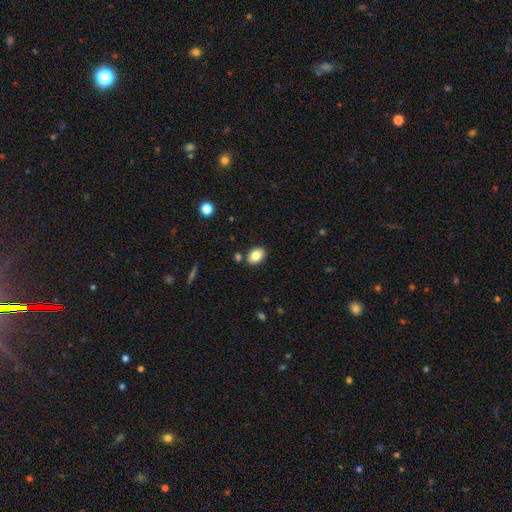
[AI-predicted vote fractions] Overall: smooth (83%). How rounded: in between (80%). Merging: none (83%).